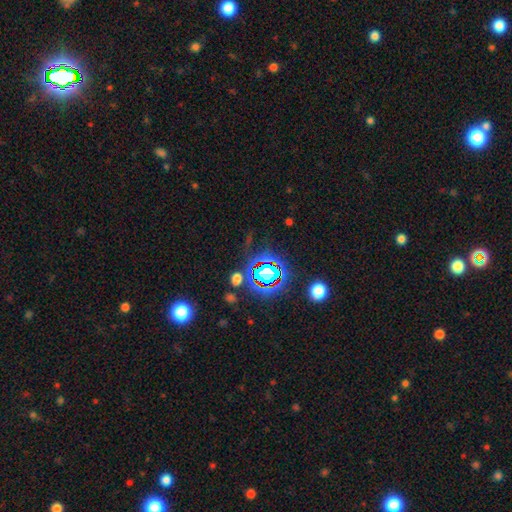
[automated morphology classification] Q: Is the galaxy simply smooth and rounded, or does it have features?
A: star or artifact — 79%.